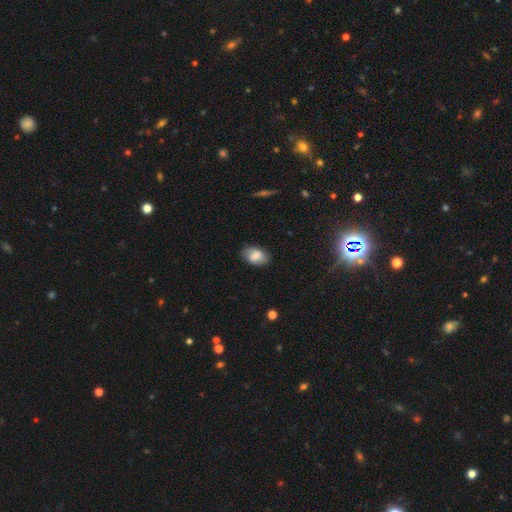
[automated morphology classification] type=smooth (66%); roundness=in between (86%); merging=none (77%).